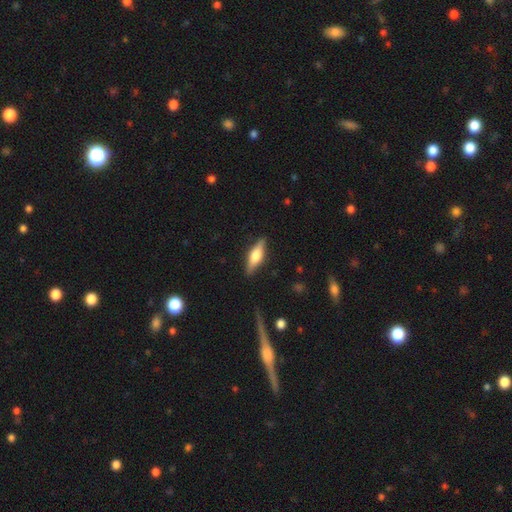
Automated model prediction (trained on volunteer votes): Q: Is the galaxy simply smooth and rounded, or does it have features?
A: featured or disk — 50%.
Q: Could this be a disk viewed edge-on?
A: yes — 93%.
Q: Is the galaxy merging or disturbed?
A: none — 88%.